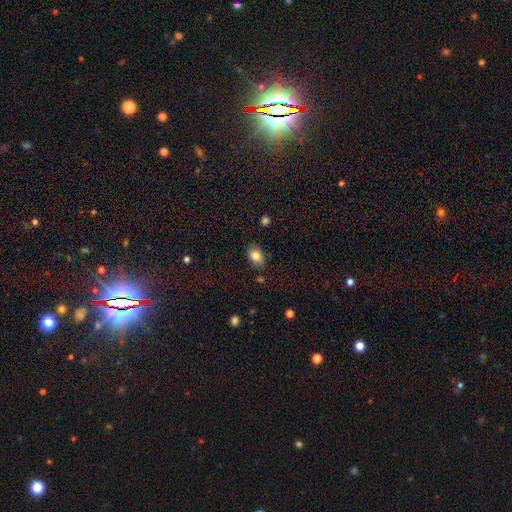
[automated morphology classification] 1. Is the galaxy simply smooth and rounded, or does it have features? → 83% smooth, 9% star or artifact, 7% featured or disk.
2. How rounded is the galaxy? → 70% in between, 29% round, 1% cigar-shaped.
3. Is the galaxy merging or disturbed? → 81% none, 14% minor disturbance, 3% major disturbance, 2% merger.